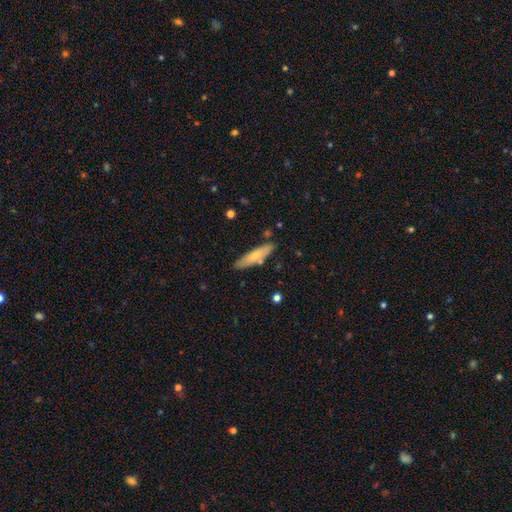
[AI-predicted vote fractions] Smooth or featured? Predicted: smooth (p=0.64). How rounded? Predicted: cigar-shaped (p=0.72). Merging? Predicted: none (p=0.78).